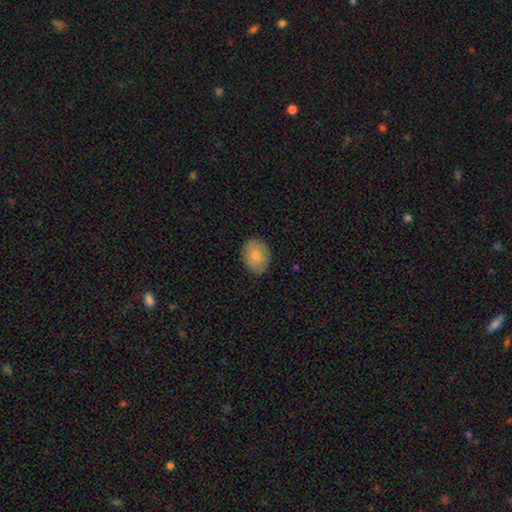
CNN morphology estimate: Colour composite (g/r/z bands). It shows a smooth galaxy with no disk features (80%) that is in between round and cigar-shaped (59%). Merging: none (82%).